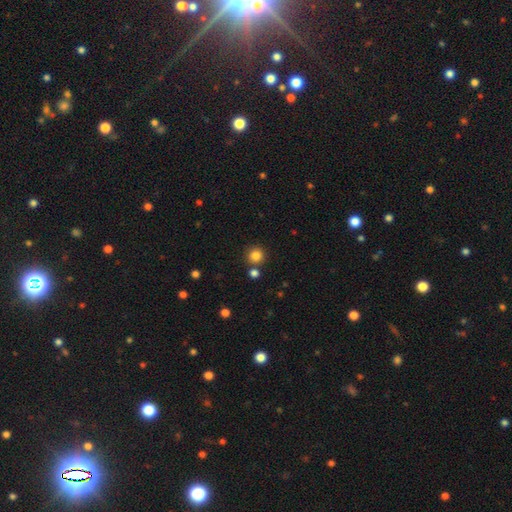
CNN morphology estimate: Overall: smooth (84%). How rounded: round (94%). Merging: none (81%).